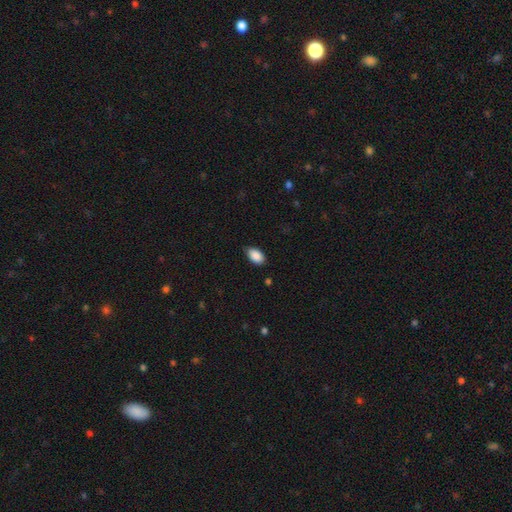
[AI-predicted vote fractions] A smooth galaxy with no disk features (90%) that is in between round and cigar-shaped (93%). Merging: none (79%).